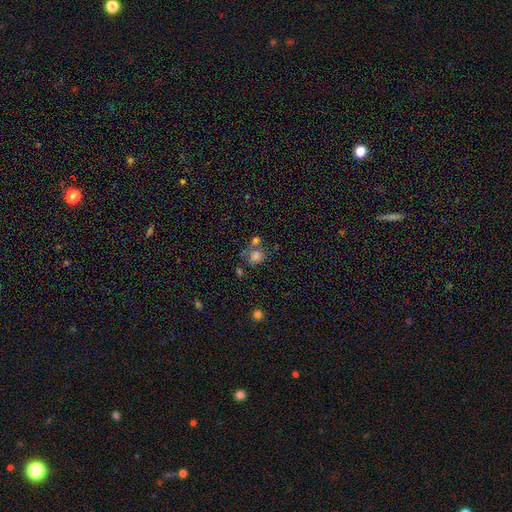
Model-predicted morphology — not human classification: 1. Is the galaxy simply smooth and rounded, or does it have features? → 68% smooth, 20% star or artifact, 12% featured or disk.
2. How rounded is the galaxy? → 69% round, 29% in between, 1% cigar-shaped.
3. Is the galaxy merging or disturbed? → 48% none, 28% merger, 14% minor disturbance, 9% major disturbance.